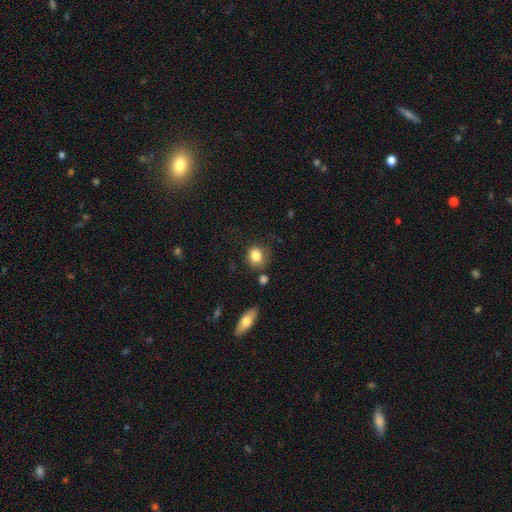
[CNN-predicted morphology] A smooth galaxy with no disk features (83%) that is round (67%).

Vote fractions:
- Smooth or featured? smooth: 83% / star or artifact: 9% / featured or disk: 8%
- How rounded? round: 67% / in between: 32% / cigar-shaped: 1%
- Merging? none: 68% / minor disturbance: 20% / major disturbance: 6% / merger: 5%